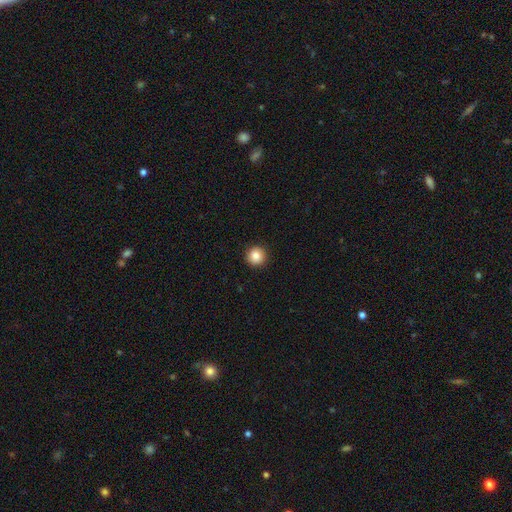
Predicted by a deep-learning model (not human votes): smooth 85%, star or artifact 9%, featured or disk 5%. Down the decision tree: how rounded — round (95%); merging — none (92%).